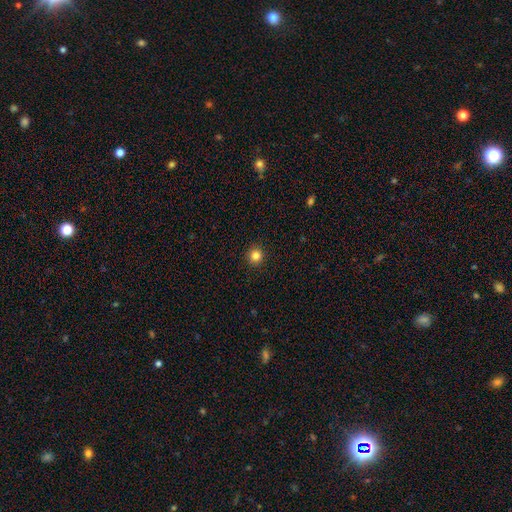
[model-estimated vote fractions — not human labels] Morphology: type=smooth (84%); roundness=round (94%); merging=none (93%).